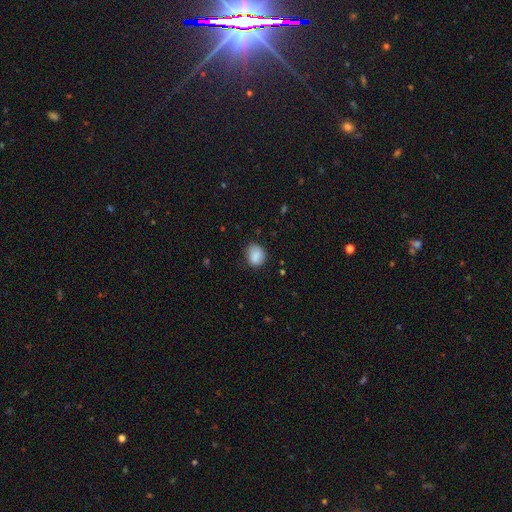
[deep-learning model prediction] Smooth or featured?
  - smooth: 86% *
  - star or artifact: 8%
  - featured or disk: 6%
How rounded?
  - round: 57% *
  - in between: 42%
  - cigar-shaped: 1%
Merging?
  - none: 74% *
  - minor disturbance: 20%
  - major disturbance: 5%
  - merger: 1%